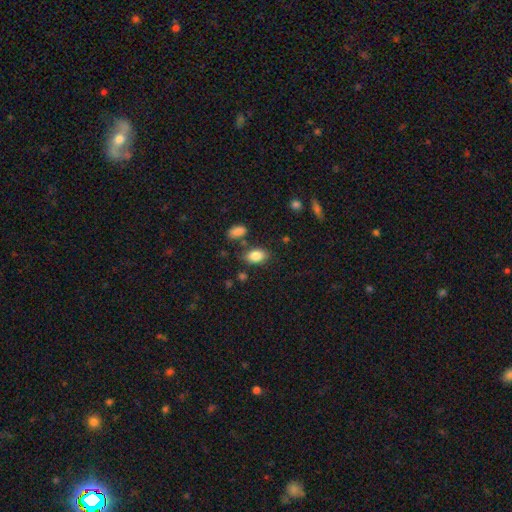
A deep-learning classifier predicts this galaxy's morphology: smooth 85%, star or artifact 8%, featured or disk 7%. Down the decision tree: how rounded — in between (89%); merging — none (78%).